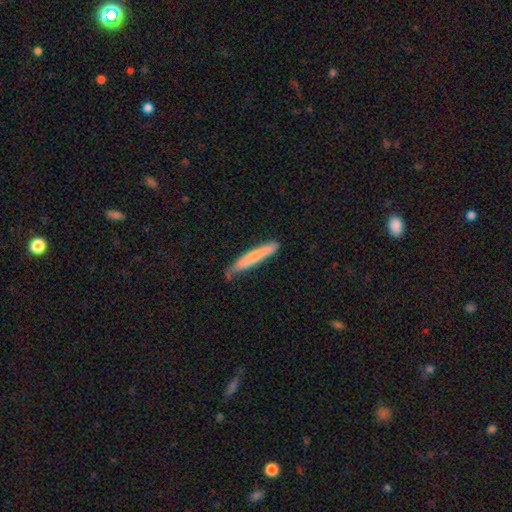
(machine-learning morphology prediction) smooth_or_featured: smooth (p=0.71) [alt: featured or disk p=0.24]
how_rounded: cigar-shaped (p=0.94) [alt: in between p=0.05]
merging: none (p=0.68) [alt: minor disturbance p=0.25]